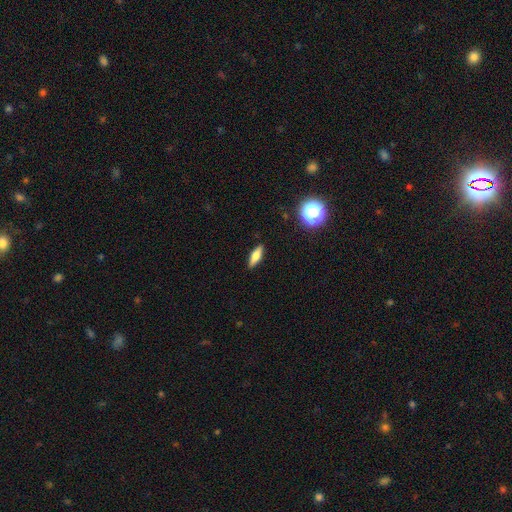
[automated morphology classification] smooth-or-featured: smooth: 66% | featured or disk: 25% | star or artifact: 9%
  how-rounded: in between: 50% | cigar-shaped: 47% | round: 3%
  merging: none: 88% | minor disturbance: 9% | major disturbance: 2% | merger: 1%